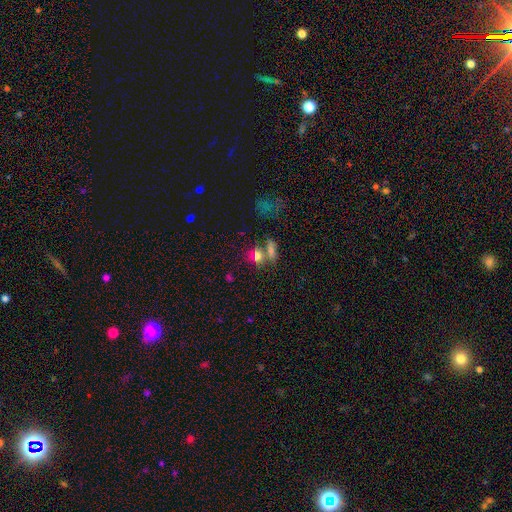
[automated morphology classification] A smooth galaxy with no disk features (71%) that is in between round and cigar-shaped (55%). Merging: none (49%).